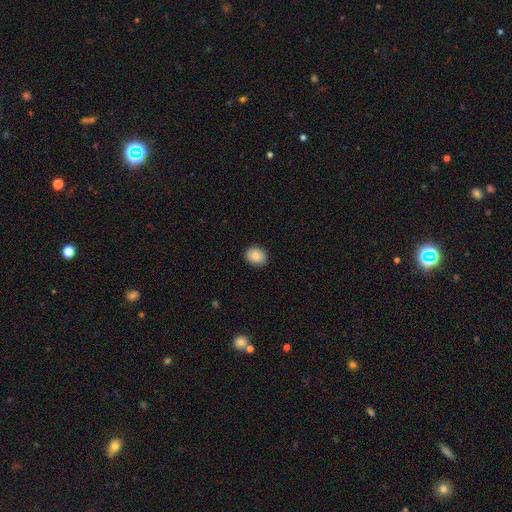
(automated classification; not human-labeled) A smooth galaxy with no disk features (85%) that is round (55%). Merging: none (88%).